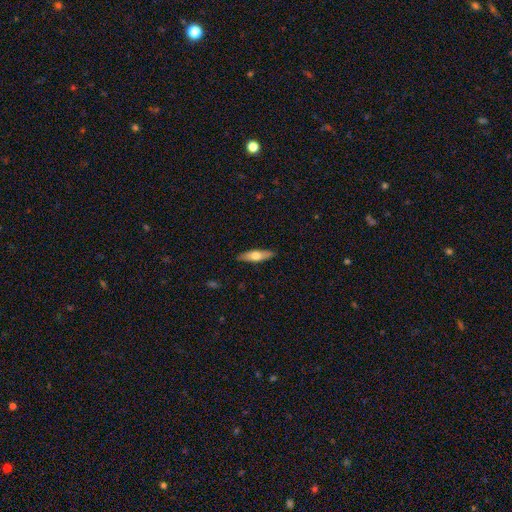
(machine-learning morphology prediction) Smooth or featured: smooth — 56% (featured or disk — 38%)
How rounded: cigar-shaped — 62% (in between — 36%)
Merging: none — 88% (minor disturbance — 9%)